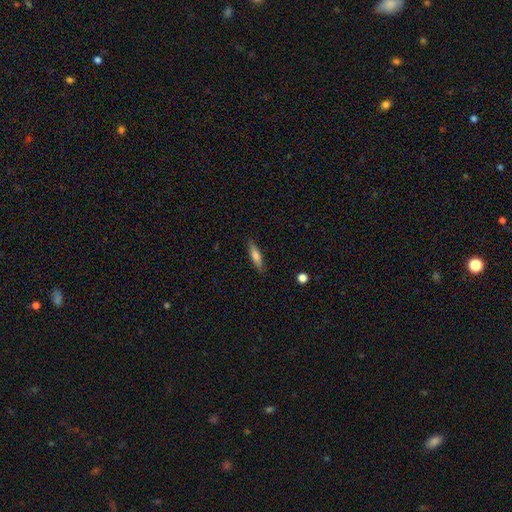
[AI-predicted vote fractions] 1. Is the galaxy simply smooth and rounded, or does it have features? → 73% smooth, 20% featured or disk, 6% star or artifact.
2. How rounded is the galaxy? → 73% cigar-shaped, 26% in between, 2% round.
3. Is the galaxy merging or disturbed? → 86% none, 10% minor disturbance, 2% major disturbance, 1% merger.